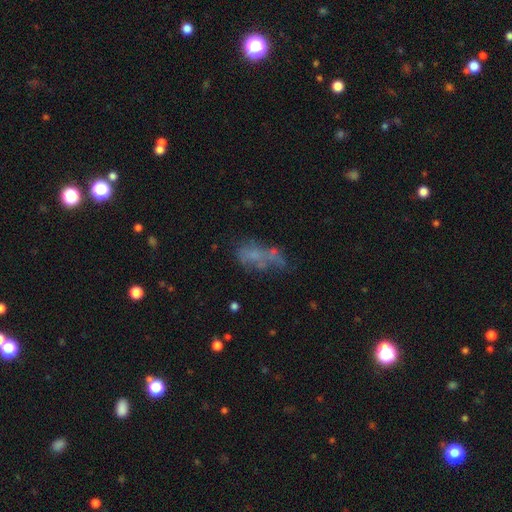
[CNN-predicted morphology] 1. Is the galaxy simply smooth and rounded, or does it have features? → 42% smooth, 38% featured or disk, 19% star or artifact.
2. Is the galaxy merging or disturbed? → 35% none, 25% major disturbance, 21% minor disturbance, 20% merger.